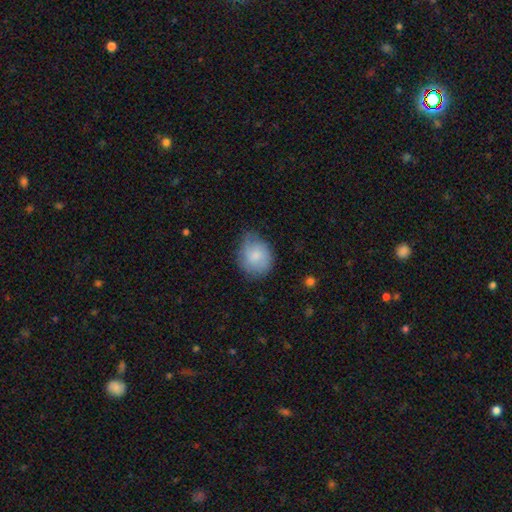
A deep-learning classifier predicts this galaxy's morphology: type=smooth (72%); roundness=round (60%); merging=none (56%).